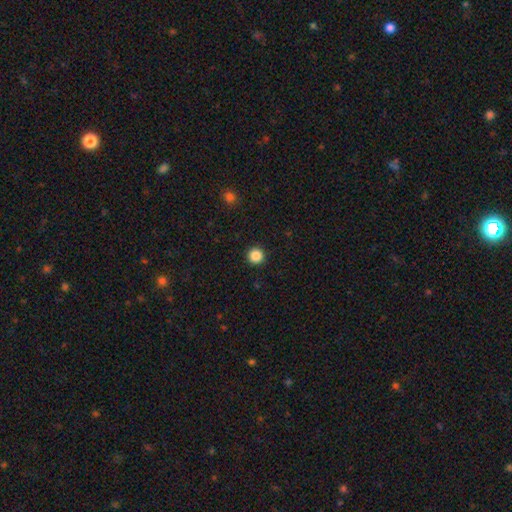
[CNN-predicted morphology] This is clearly a smooth galaxy (87%). How rounded: clearly round (96%). Merging: clearly none (94%).